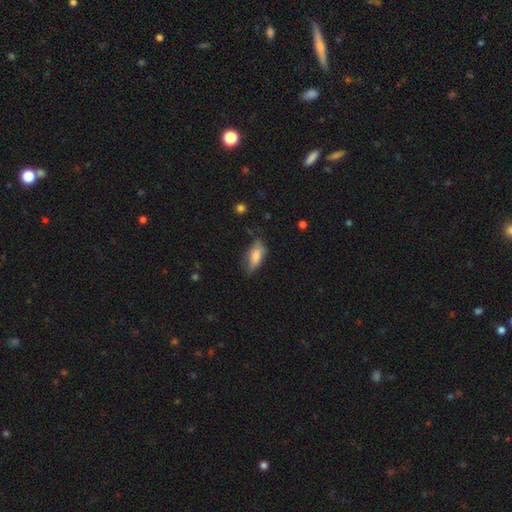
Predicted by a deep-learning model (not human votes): Overall: smooth (78%). How rounded: in between (82%). Merging: none (65%; minor disturbance 27%).